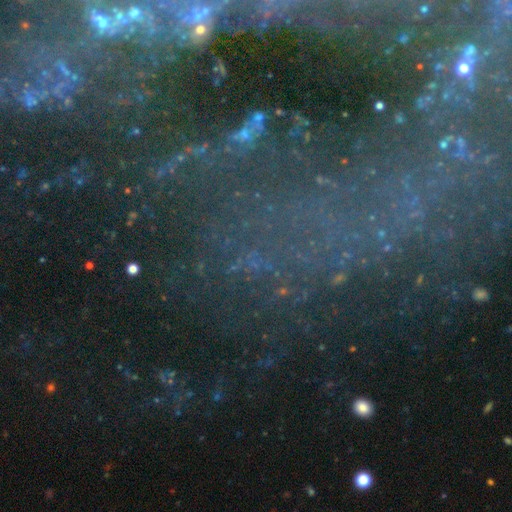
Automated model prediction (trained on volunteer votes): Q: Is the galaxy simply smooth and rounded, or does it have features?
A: star or artifact — 53%.